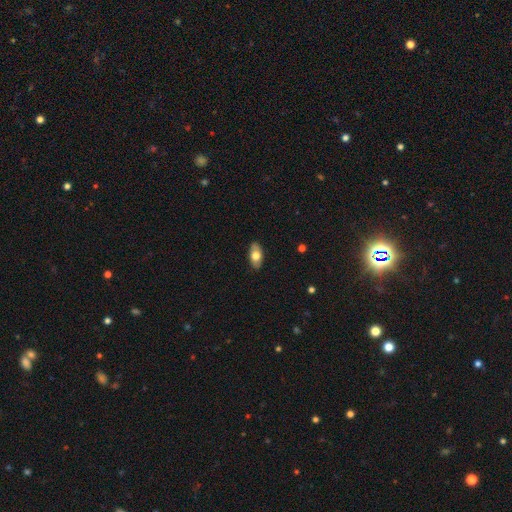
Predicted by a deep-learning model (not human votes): smooth 70%, featured or disk 24%, star or artifact 6%. Down the decision tree: how rounded — in between (91%); merging — none (87%).